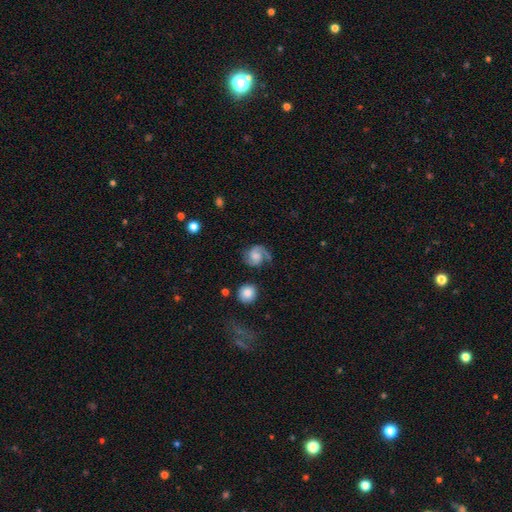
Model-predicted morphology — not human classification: Smooth or featured: featured or disk — 76% (smooth — 17%)
Edge-on disk: no — 98% (yes — 2%)
Bar: no — 59% (weak — 35%)
Spiral arms: yes — 96% (no — 4%)
Spiral winding: medium — 49% (tight — 28%)
Spiral arm count: 2 — 78% (1 — 14%)
Bulge size: moderate — 38% (small — 24%)
Merging: none — 67% (minor disturbance — 19%)